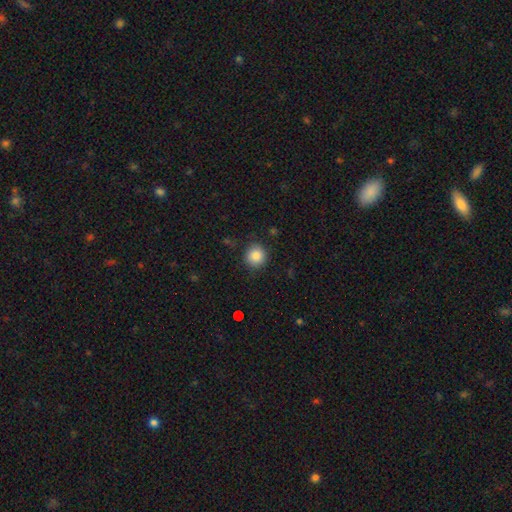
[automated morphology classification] Overall: smooth (86%). How rounded: round (91%). Merging: none (86%).